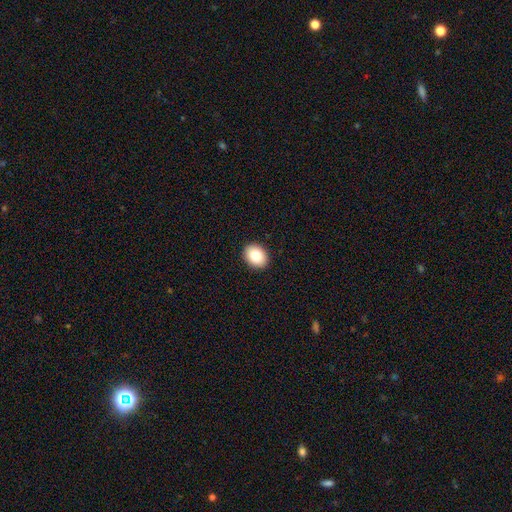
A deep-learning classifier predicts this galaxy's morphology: Smooth or featured? smooth (83%)
How rounded? in between (58%)
Merging? none (92%)